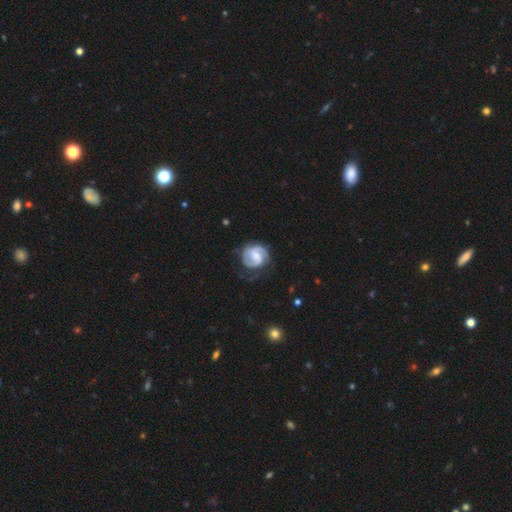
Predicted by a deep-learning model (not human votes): smooth-or-featured: featured or disk: 82% | smooth: 14% | star or artifact: 5%
  disk-edge-on: no: 98% | yes: 2%
    bar: weak: 48% | no: 37% | strong: 14%
    has-spiral-arms: yes: 96% | no: 4%
      spiral-winding: tight: 48% | medium: 41% | loose: 12%
      spiral-arm-count: 2: 81% | can't tell: 7% | 1: 6% | 3: 4% | 4: 1% | more than 4: 1%
    bulge-size: small: 42% | moderate: 37% | none: 14% | large: 6% | dominant: 1%
  merging: none: 69% | minor disturbance: 19% | major disturbance: 10% | merger: 1%